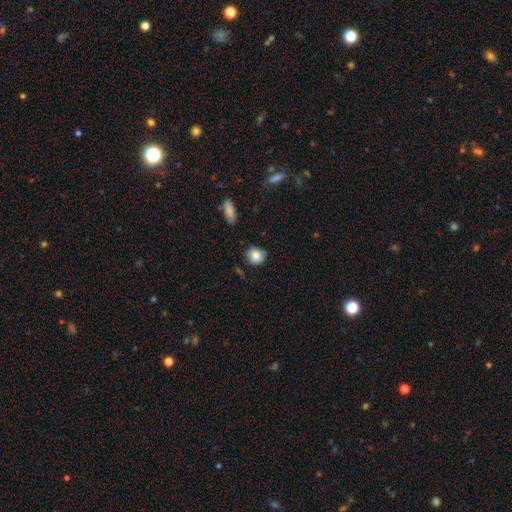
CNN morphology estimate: Smooth or featured: smooth — 84% (star or artifact — 9%)
How rounded: round — 75% (in between — 24%)
Merging: none — 76% (minor disturbance — 18%)